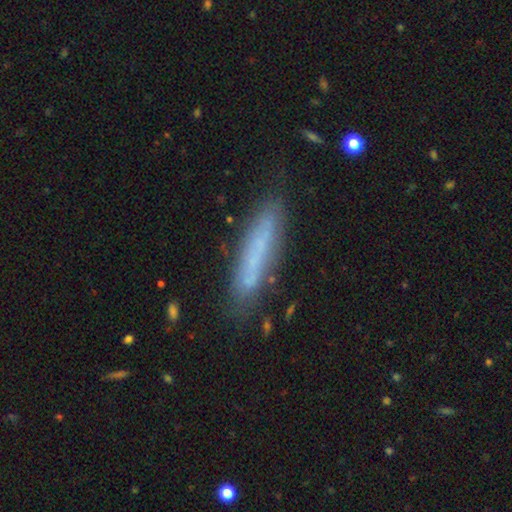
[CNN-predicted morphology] Q: Smooth or featured?
A: smooth (58%); runner-up: featured or disk (33%)
Q: How rounded?
A: cigar-shaped (88%); runner-up: in between (11%)
Q: Merging?
A: none (79%); runner-up: minor disturbance (14%)